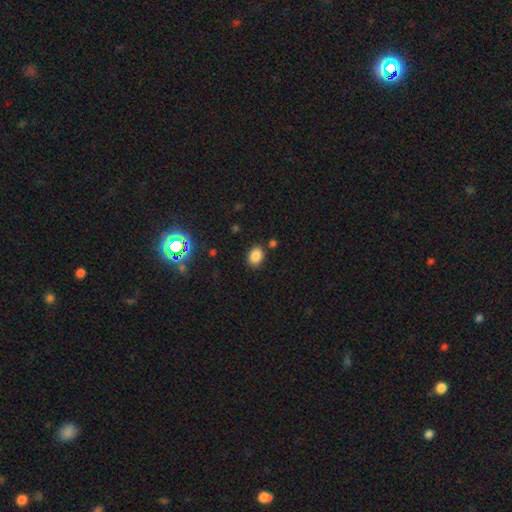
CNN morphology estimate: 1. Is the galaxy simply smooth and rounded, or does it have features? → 81% smooth, 13% star or artifact, 5% featured or disk.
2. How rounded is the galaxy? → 63% in between, 36% round, 1% cigar-shaped.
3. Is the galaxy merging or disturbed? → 80% none, 12% minor disturbance, 6% merger, 3% major disturbance.